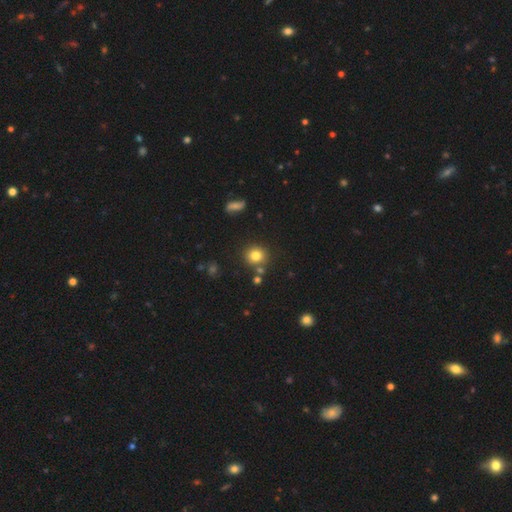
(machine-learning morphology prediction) type=smooth (80%); roundness=round (87%); merging=none (79%).